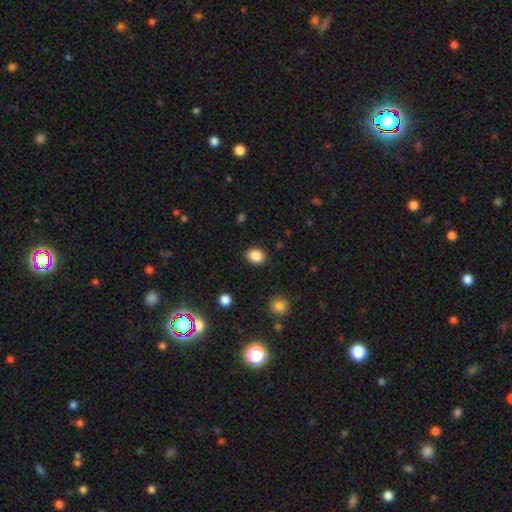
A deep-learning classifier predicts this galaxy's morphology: Smooth or featured? Predicted: smooth (p=0.86). How rounded? Predicted: in between (p=0.57). Merging? Predicted: none (p=0.88).